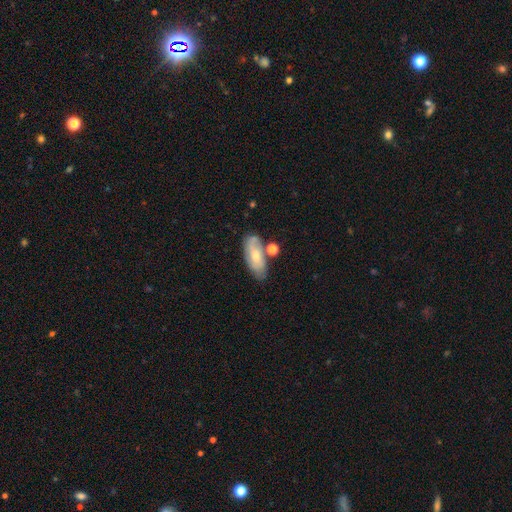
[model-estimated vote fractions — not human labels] This appears to be a smooth galaxy with no disk features (60%) that is in between round and cigar-shaped (82%). Merging: none (62%).